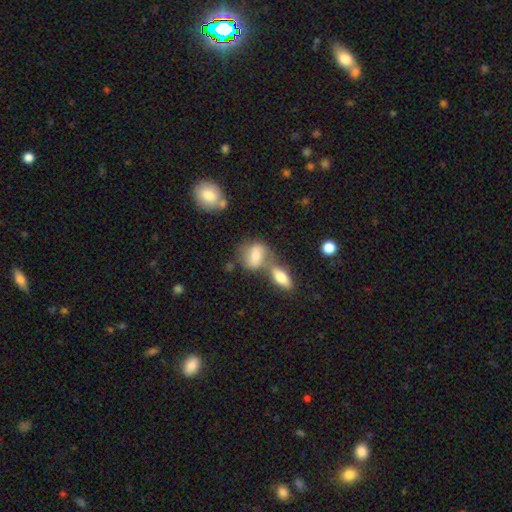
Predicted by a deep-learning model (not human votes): Morphology: type=smooth (61%); roundness=in between (62%); merging=none (42%).